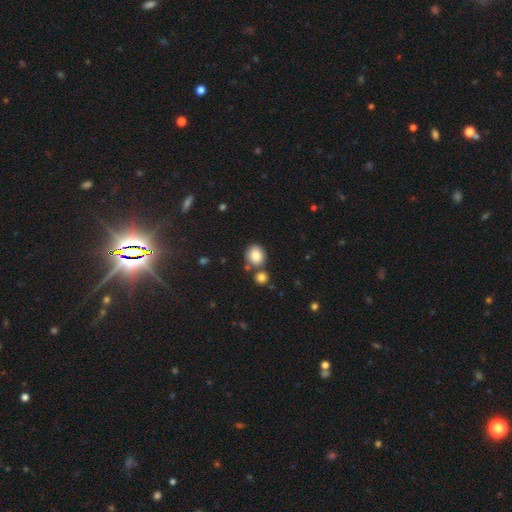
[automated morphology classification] Smooth or featured? smooth (85%)
How rounded? round (68%)
Merging? none (67%)